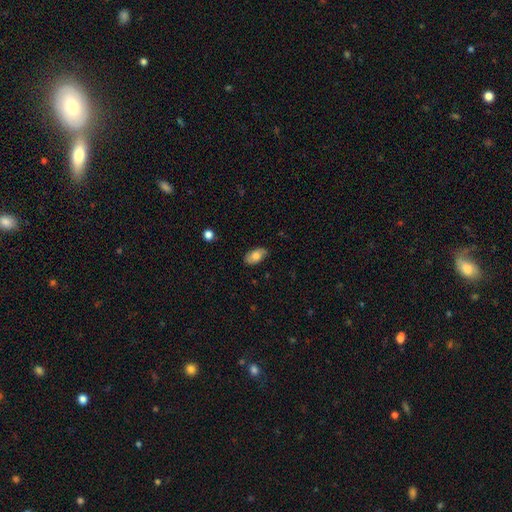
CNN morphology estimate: Smooth or featured? Predicted: smooth (p=0.74). How rounded? Predicted: in between (p=0.93). Merging? Predicted: none (p=0.81).